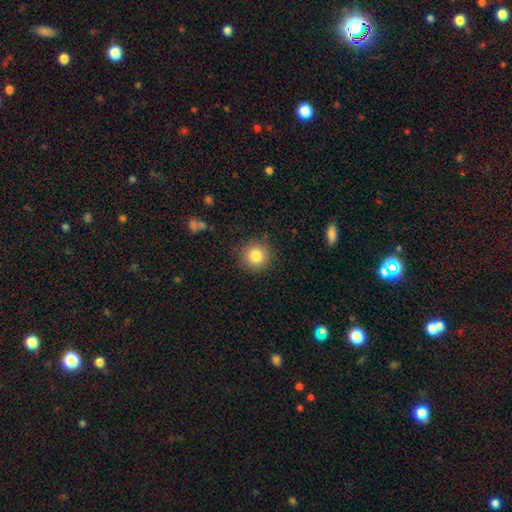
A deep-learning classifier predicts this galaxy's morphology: This is clearly a smooth galaxy (83%). How rounded: clearly round (94%). Merging: clearly none (88%).